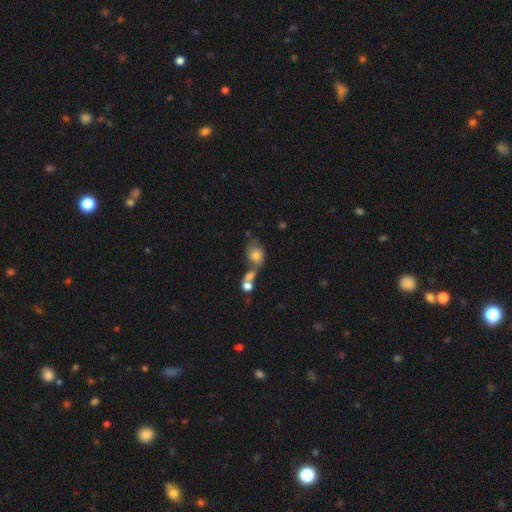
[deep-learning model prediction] The model was most divided on "merging": merger: 44%, none: 30%, minor disturbance: 15%, major disturbance: 11%. More confident: smooth or featured — smooth (74%); how rounded — in between (62%).